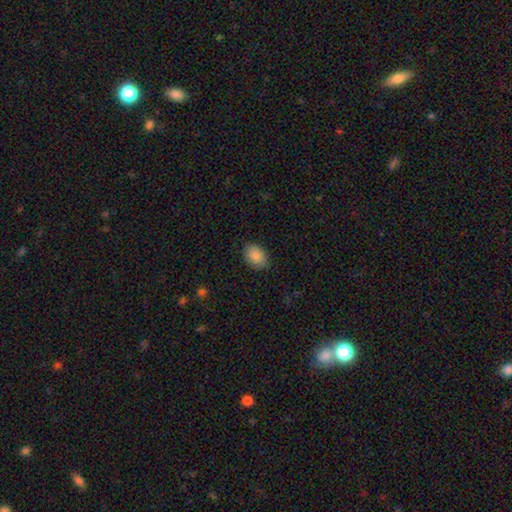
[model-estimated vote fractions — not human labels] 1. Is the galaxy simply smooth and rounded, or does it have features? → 88% smooth, 7% star or artifact, 5% featured or disk.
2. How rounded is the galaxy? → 84% in between, 15% round, 1% cigar-shaped.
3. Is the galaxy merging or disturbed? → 86% none, 11% minor disturbance, 2% major disturbance, 1% merger.